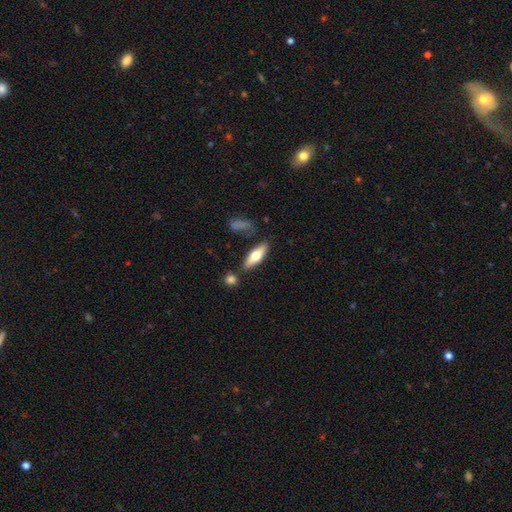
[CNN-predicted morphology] smooth_or_featured: smooth (p=0.63) [alt: featured or disk p=0.31]
how_rounded: in between (p=0.54) [alt: cigar-shaped p=0.44]
merging: none (p=0.77) [alt: minor disturbance p=0.13]